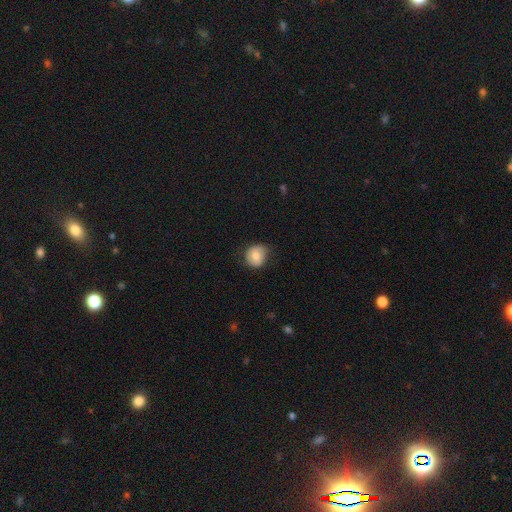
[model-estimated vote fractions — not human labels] Smooth or featured?
  - smooth: 76% *
  - featured or disk: 16%
  - star or artifact: 8%
How rounded?
  - round: 76% *
  - in between: 23%
  - cigar-shaped: 1%
Merging?
  - none: 73% *
  - minor disturbance: 21%
  - major disturbance: 5%
  - merger: 1%